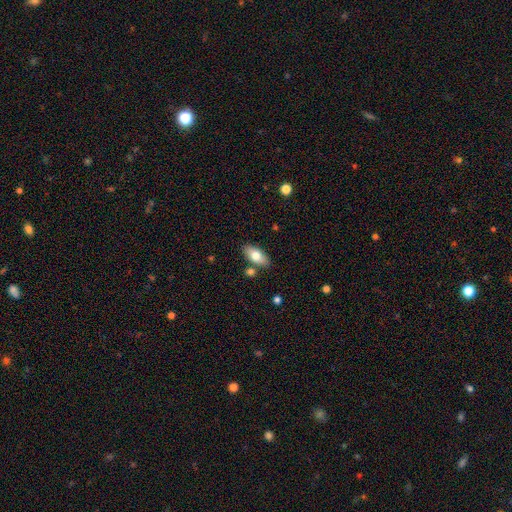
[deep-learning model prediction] This is likely a smooth galaxy (75%). How rounded: clearly in between (89%). Merging: clearly none (81%).